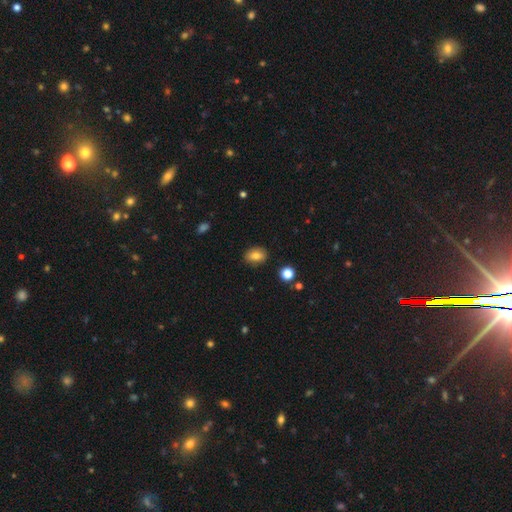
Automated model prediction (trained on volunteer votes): Smooth or featured? smooth (78%)
How rounded? in between (73%)
Merging? none (84%)